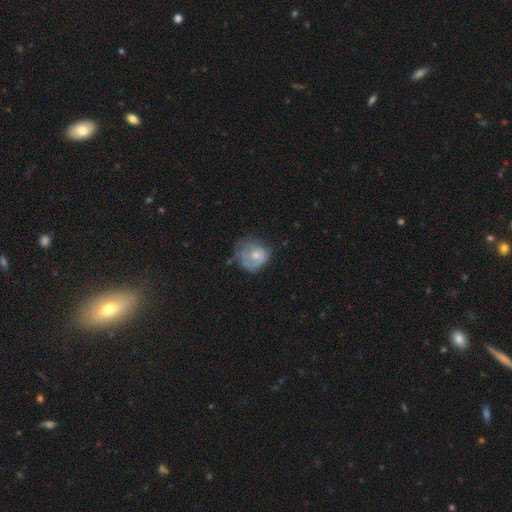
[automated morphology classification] type=smooth (47%); merging=none (43%).